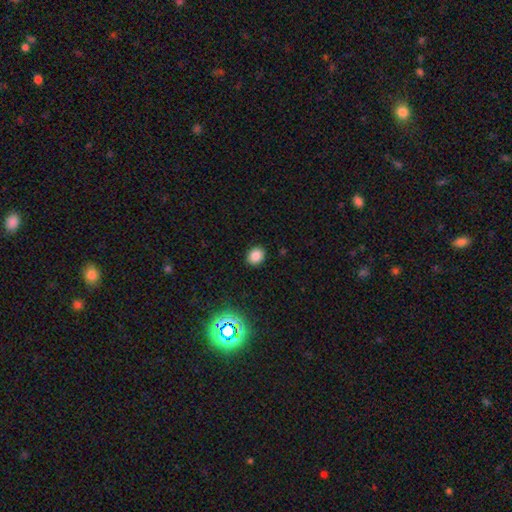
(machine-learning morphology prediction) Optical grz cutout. It shows a smooth galaxy with no disk features (83%) that is round (54%). Merging: none (90%).